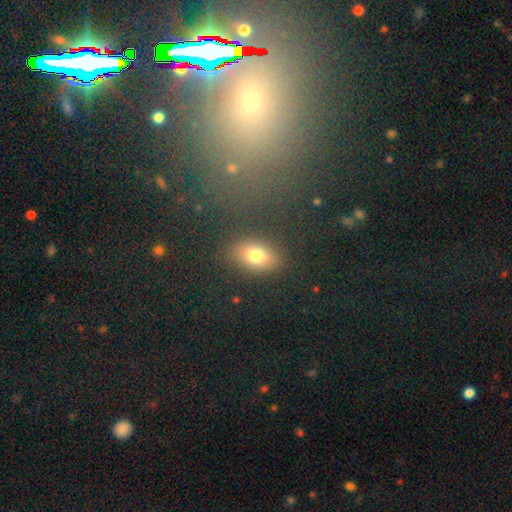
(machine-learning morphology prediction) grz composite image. It shows a smooth galaxy with no disk features (76%) that is in between round and cigar-shaped (75%). Merging: none (83%).